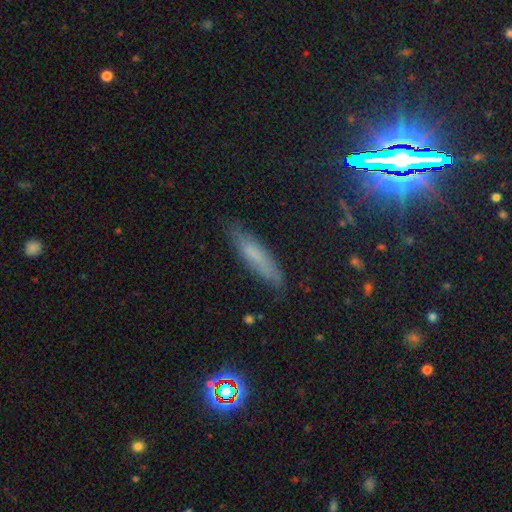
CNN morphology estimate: A smooth galaxy with no disk features (56%) that is cigar-shaped (79%). Merging: none (78%).